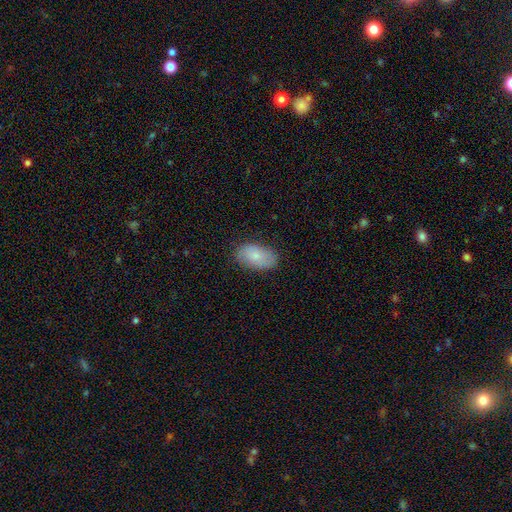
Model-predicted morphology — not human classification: smooth_or_featured: smooth (p=0.78) [alt: featured or disk p=0.16]
how_rounded: in between (p=0.94) [alt: round p=0.04]
merging: none (p=0.82) [alt: minor disturbance p=0.14]